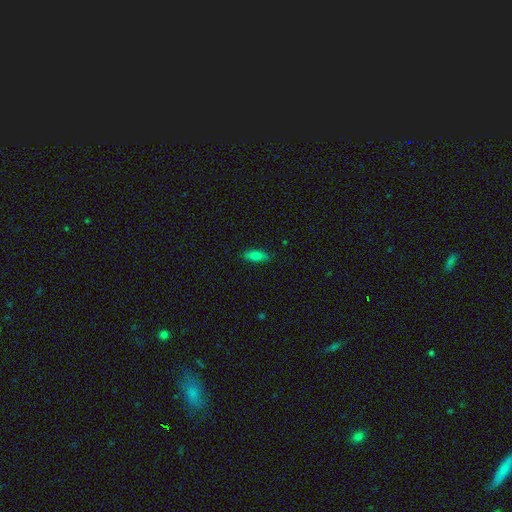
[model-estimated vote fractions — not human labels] smooth-or-featured: smooth: 75% | featured or disk: 16% | star or artifact: 9%
  how-rounded: in between: 66% | cigar-shaped: 31% | round: 3%
  merging: none: 85% | minor disturbance: 12% | major disturbance: 2% | merger: 1%